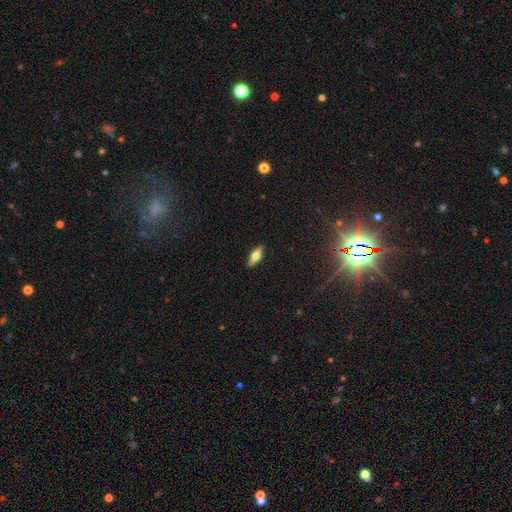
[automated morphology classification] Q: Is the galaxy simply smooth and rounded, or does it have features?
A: smooth — 48%.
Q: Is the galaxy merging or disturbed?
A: none — 90%.